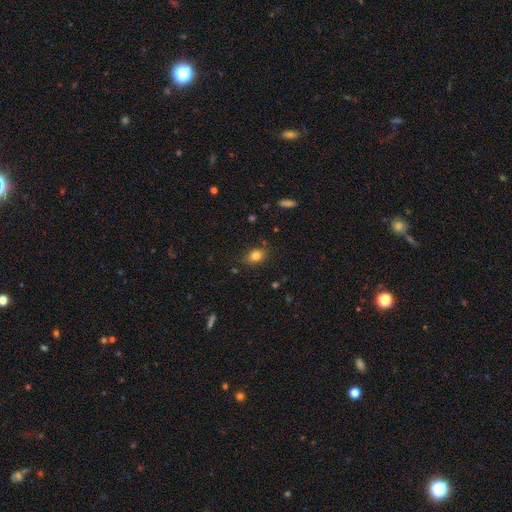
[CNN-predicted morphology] smooth 82%, star or artifact 11%, featured or disk 7%. Down the decision tree: how rounded — in between (70%); merging — none (80%).